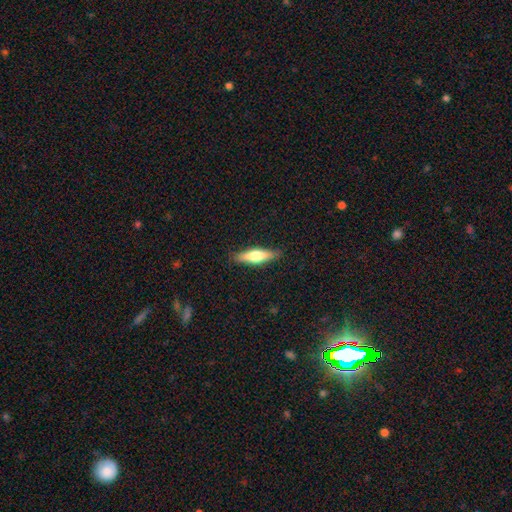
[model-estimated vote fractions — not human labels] Smooth or featured? Predicted: smooth (p=0.60). How rounded? Predicted: cigar-shaped (p=0.69). Merging? Predicted: none (p=0.87).